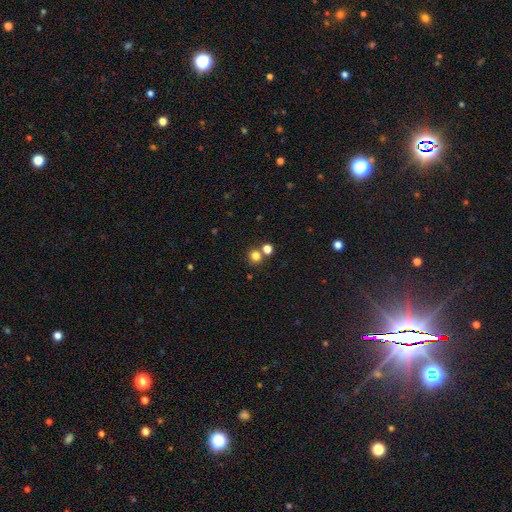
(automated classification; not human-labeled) smooth-or-featured: smooth: 79% | star or artifact: 15% | featured or disk: 6%
  how-rounded: round: 90% | in between: 9% | cigar-shaped: 1%
  merging: none: 67% | merger: 23% | minor disturbance: 7% | major disturbance: 3%